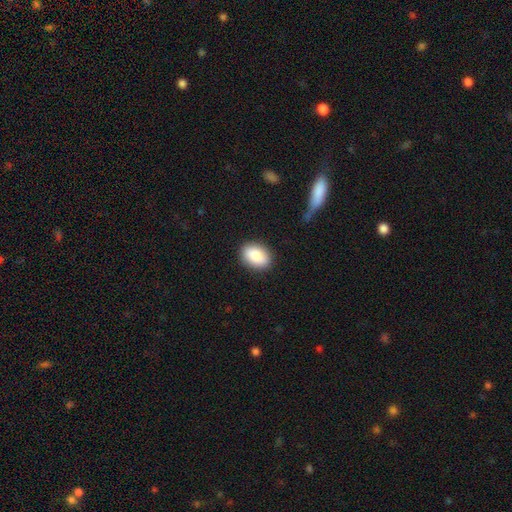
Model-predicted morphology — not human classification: A smooth galaxy with no disk features (87%) that is in between round and cigar-shaped (84%). Merging: none (88%).